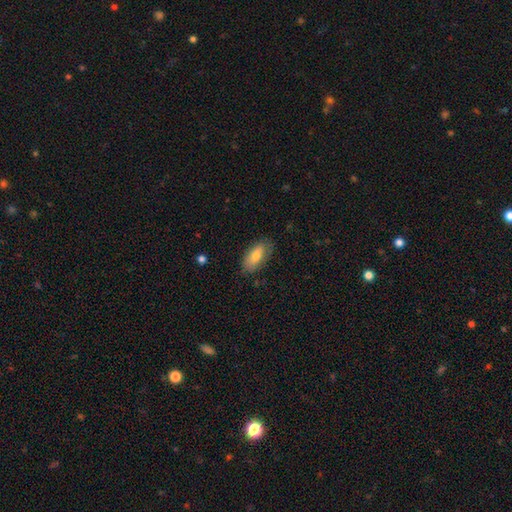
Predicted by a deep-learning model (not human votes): Smooth or featured? smooth (73%)
How rounded? in between (85%)
Merging? none (79%)